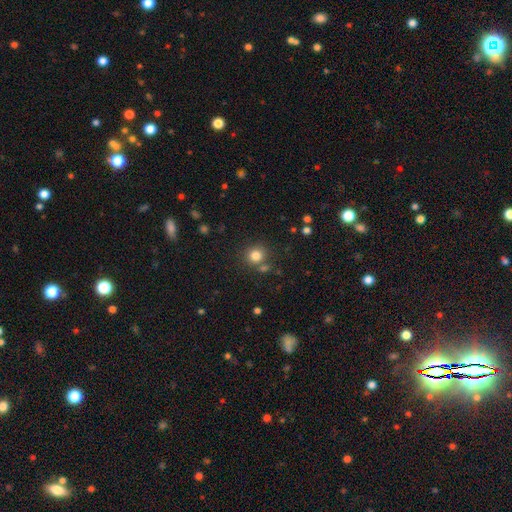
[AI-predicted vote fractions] A smooth galaxy with no disk features (81%) that is round (88%).

Vote fractions:
- Smooth or featured? smooth: 81% / star or artifact: 13% / featured or disk: 6%
- How rounded? round: 88% / in between: 11% / cigar-shaped: 1%
- Merging? none: 76% / merger: 12% / minor disturbance: 9% / major disturbance: 3%